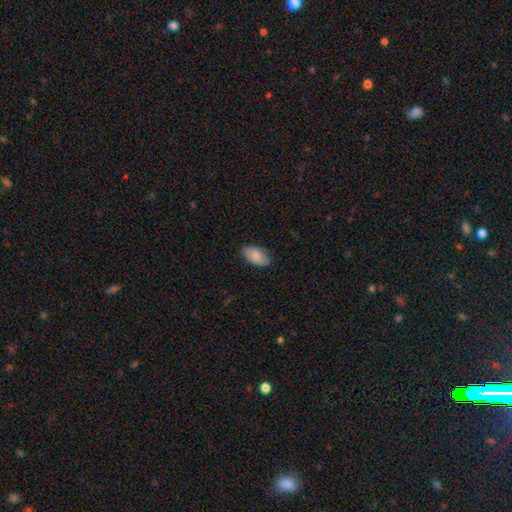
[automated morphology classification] smooth 81%, featured or disk 13%, star or artifact 6%. Down the decision tree: how rounded — in between (94%); merging — none (83%).